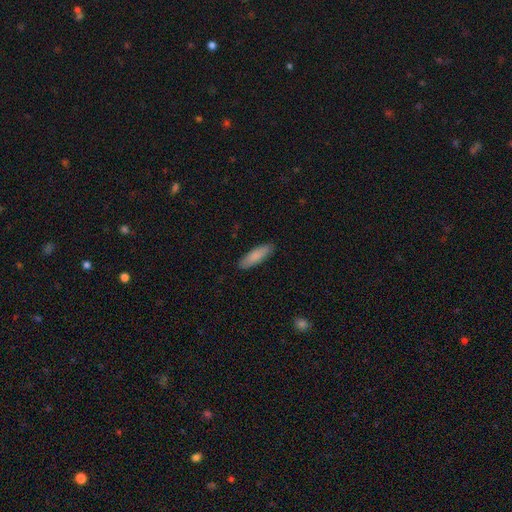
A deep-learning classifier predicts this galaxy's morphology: Smooth or featured? Predicted: smooth (p=0.86). How rounded? Predicted: cigar-shaped (p=0.59). Merging? Predicted: none (p=0.89).